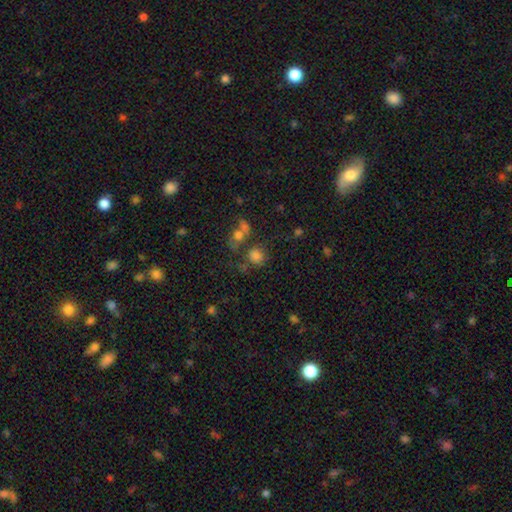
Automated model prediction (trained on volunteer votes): A smooth galaxy with no disk features (75%) that is round (78%).

Vote fractions:
- Smooth or featured? smooth: 75% / star or artifact: 15% / featured or disk: 11%
- How rounded? round: 78% / in between: 21% / cigar-shaped: 1%
- Merging? none: 51% / merger: 24% / minor disturbance: 14% / major disturbance: 10%